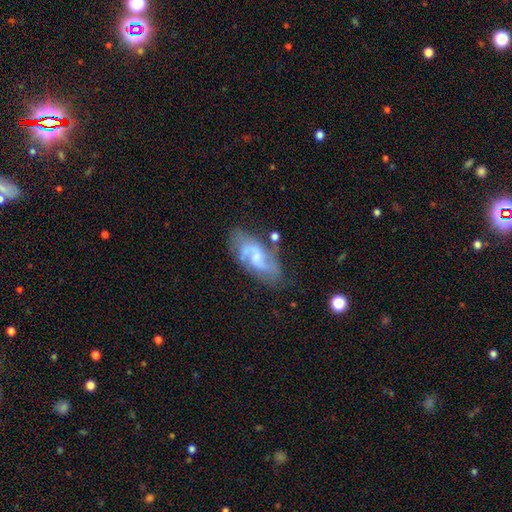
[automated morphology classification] This appears to be a featured or disk galaxy (78%) with a weak bar (51%), 2 (77%) medium (47%) spiral arms (93%) and a small central bulge (49%). Merging: none (64%).